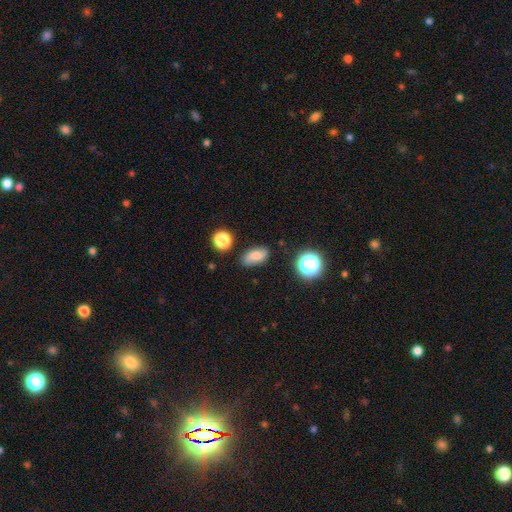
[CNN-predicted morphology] Smooth or featured: smooth — 73% (featured or disk — 15%)
How rounded: in between — 86% (round — 10%)
Merging: none — 75% (minor disturbance — 18%)